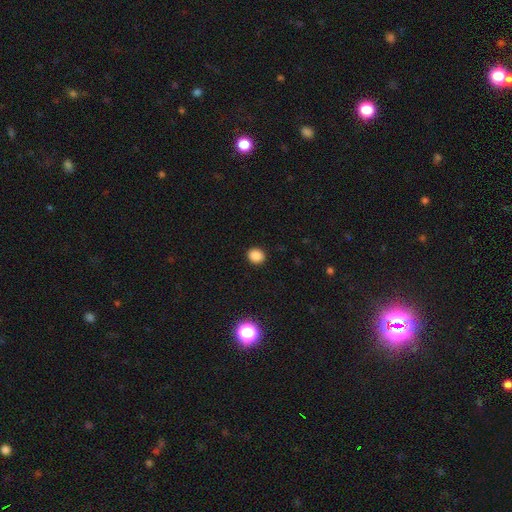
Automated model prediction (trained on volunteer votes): smooth_or_featured: smooth (p=0.86) [alt: star or artifact p=0.11]
how_rounded: round (p=0.72) [alt: in between p=0.27]
merging: none (p=0.91) [alt: minor disturbance p=0.06]